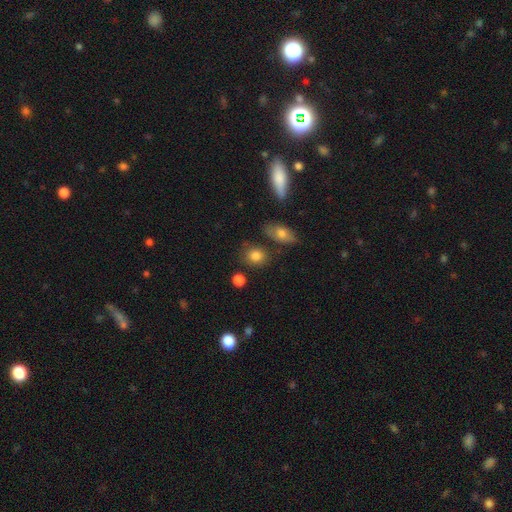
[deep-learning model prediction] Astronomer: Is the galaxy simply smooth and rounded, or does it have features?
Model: smooth — 84%.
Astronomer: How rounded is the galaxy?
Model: round — 66%.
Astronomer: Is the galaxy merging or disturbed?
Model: none — 77%.